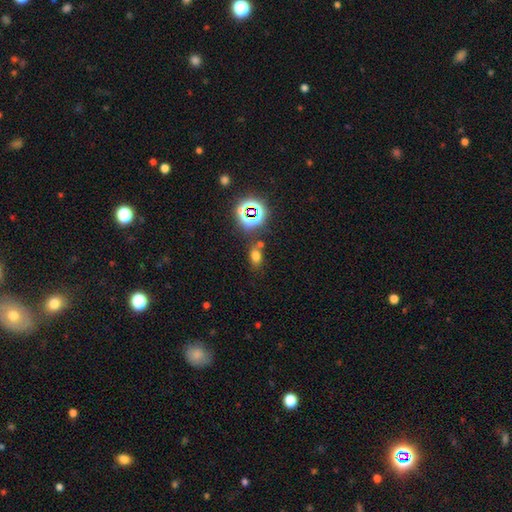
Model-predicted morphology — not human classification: smooth 65%, star or artifact 28%, featured or disk 8%. Down the decision tree: how rounded — in between (74%); merging — none (68%).